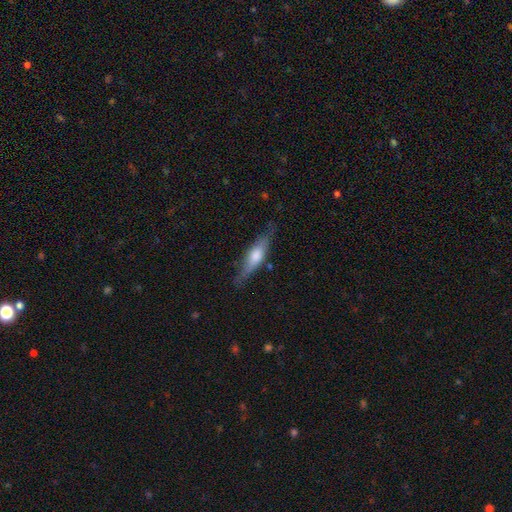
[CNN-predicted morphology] This appears to be a featured or disk galaxy (49%). Merging: none (76%).